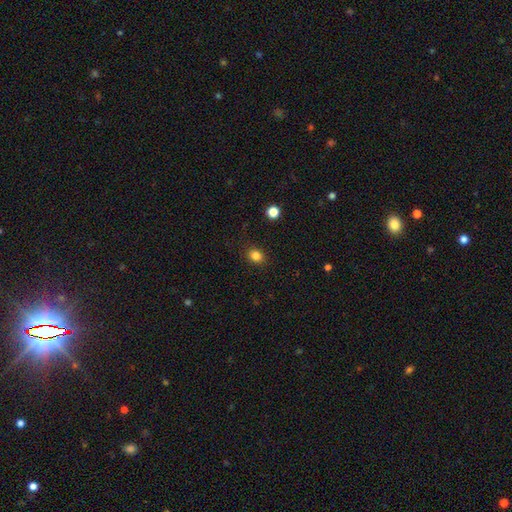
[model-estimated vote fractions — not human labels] The model was most divided on "how rounded": round: 58%, in between: 41%, cigar-shaped: 1%. More confident: merging — none (87%); smooth or featured — smooth (83%).